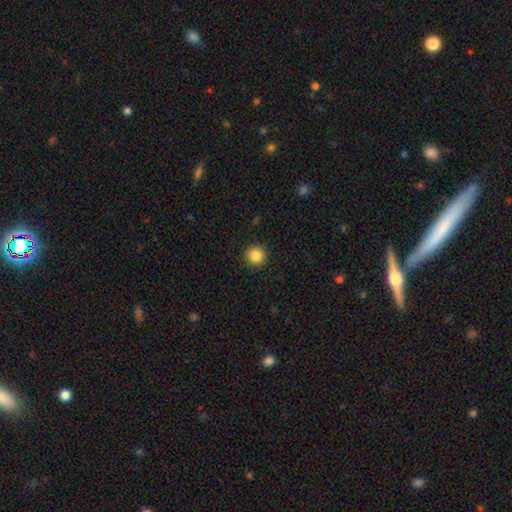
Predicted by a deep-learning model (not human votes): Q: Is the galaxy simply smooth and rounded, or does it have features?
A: smooth — 86%.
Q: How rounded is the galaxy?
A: round — 95%.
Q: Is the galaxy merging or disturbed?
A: none — 92%.